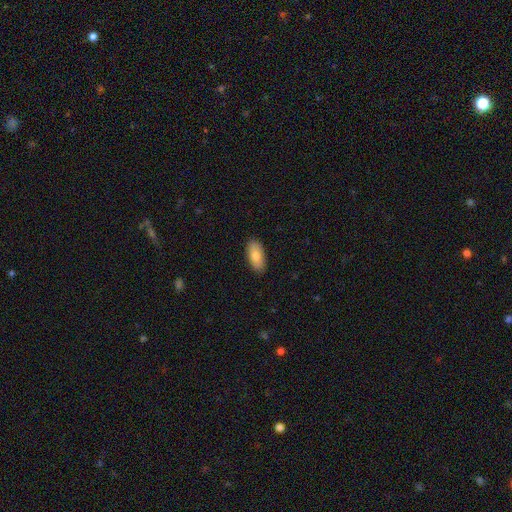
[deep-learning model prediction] Overall: smooth (81%). How rounded: in between (89%). Merging: none (88%).